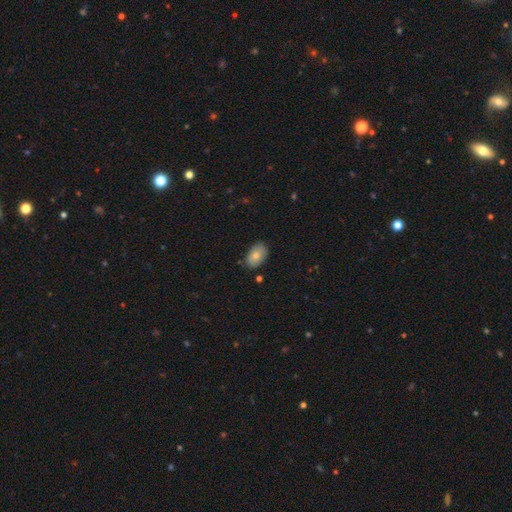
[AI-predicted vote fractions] A smooth galaxy with no disk features (80%) that is in between round and cigar-shaped (90%). Merging: none (82%).